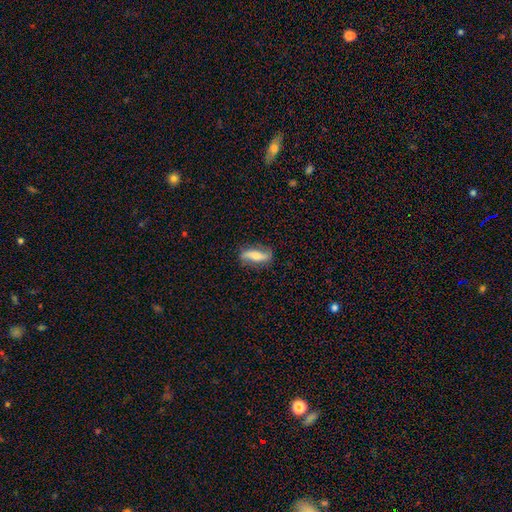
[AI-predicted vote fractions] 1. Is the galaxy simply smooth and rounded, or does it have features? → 56% featured or disk, 37% smooth, 7% star or artifact.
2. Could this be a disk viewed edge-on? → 71% no, 29% yes.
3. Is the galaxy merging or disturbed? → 79% none, 16% minor disturbance, 4% major disturbance, 1% merger.